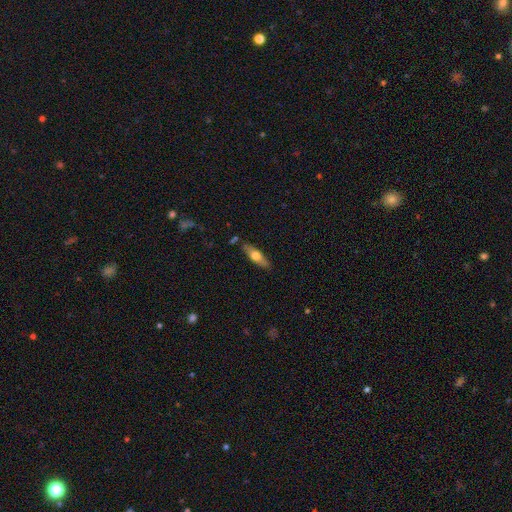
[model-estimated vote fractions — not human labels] Smooth or featured? smooth (48%)
Merging? none (82%)